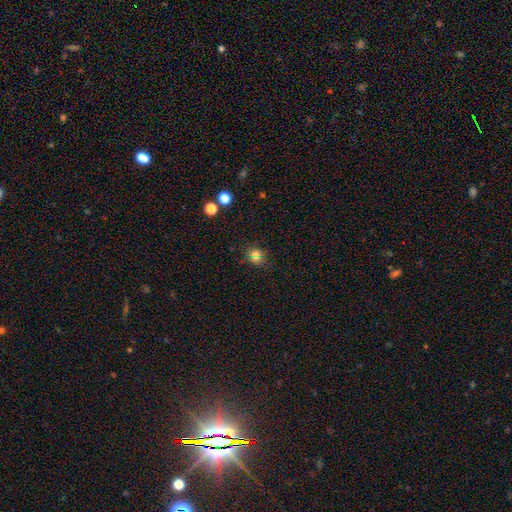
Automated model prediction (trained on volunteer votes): This appears to be a smooth galaxy with no disk features (71%) that is round (78%). Merging: none (68%).